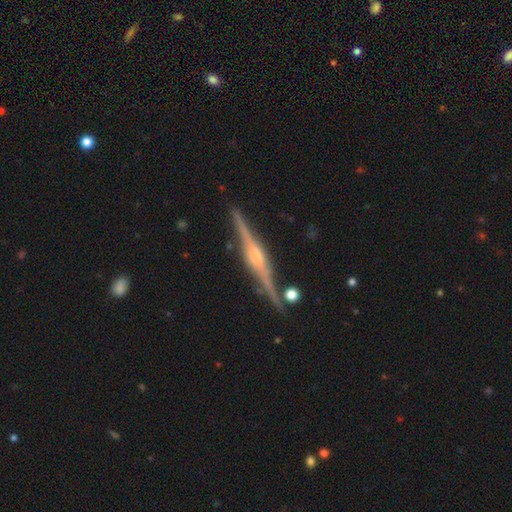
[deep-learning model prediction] Q: Smooth or featured?
A: featured or disk (88%); runner-up: smooth (7%)
Q: Edge-on disk?
A: yes (98%); runner-up: no (2%)
Q: Edge-on bulge?
A: rounded (67%); runner-up: boxy (25%)
Q: Merging?
A: none (87%); runner-up: minor disturbance (8%)